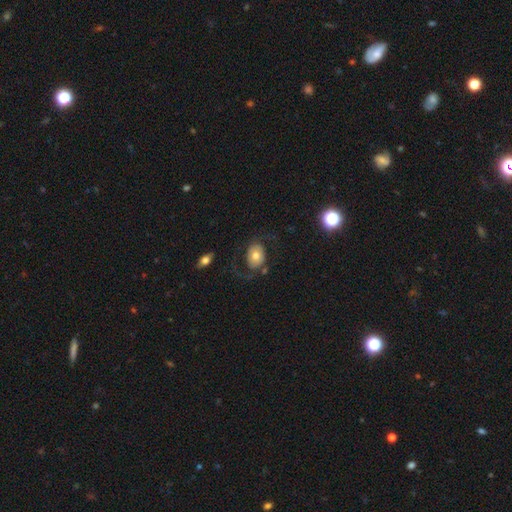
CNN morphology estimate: The model was most divided on "smooth or featured": smooth: 53%, featured or disk: 39%, star or artifact: 8%. More confident: how rounded — in between (69%); merging — none (58%).